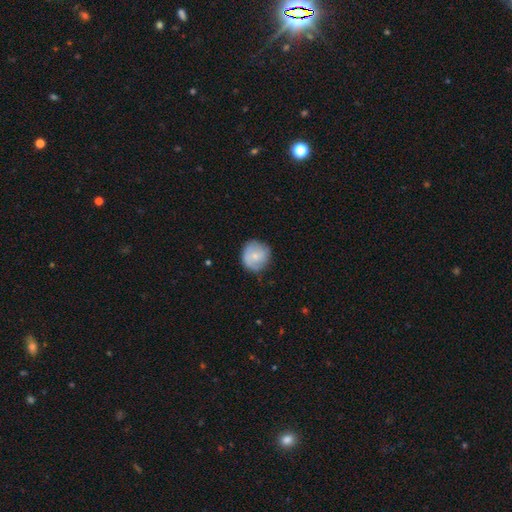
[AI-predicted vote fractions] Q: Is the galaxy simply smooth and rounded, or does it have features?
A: smooth — 67%.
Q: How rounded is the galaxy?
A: round — 90%.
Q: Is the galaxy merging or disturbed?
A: none — 75%.